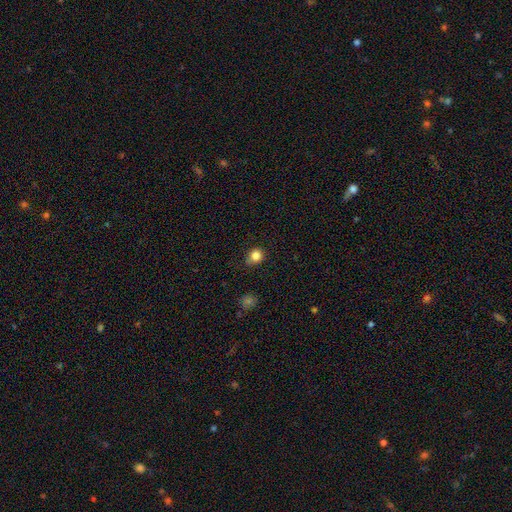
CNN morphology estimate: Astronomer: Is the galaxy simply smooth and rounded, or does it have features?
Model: smooth — 84%.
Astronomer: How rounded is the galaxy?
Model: round — 81%.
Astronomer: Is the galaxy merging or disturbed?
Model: none — 76%.